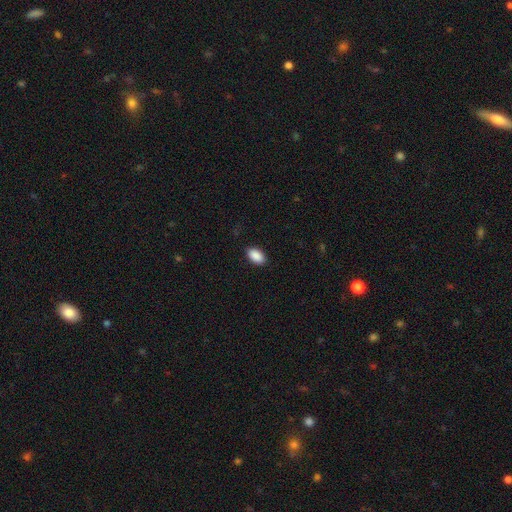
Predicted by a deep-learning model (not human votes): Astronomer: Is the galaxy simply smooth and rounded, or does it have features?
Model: smooth — 90%.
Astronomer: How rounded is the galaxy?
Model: in between — 94%.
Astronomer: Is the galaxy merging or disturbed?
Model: none — 88%.